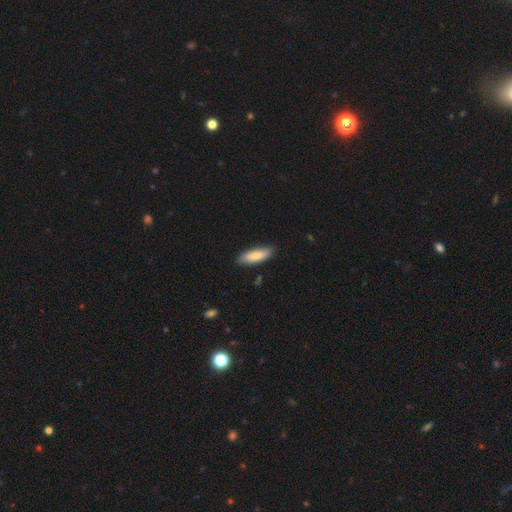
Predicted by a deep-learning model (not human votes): smooth_or_featured: smooth (p=0.79) [alt: featured or disk p=0.16]
how_rounded: in between (p=0.53) [alt: cigar-shaped p=0.45]
merging: none (p=0.86) [alt: minor disturbance p=0.11]